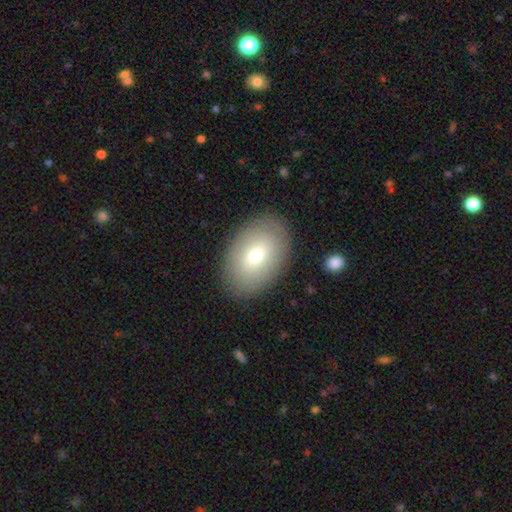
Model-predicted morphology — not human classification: smooth 69%, featured or disk 23%, star or artifact 7%. Down the decision tree: how rounded — in between (89%); merging — none (87%).